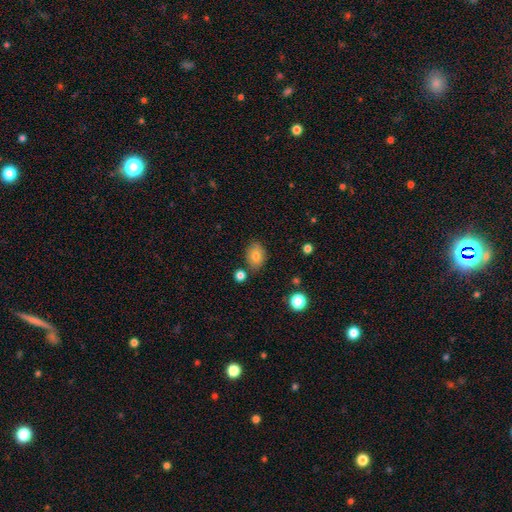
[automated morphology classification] A smooth galaxy with no disk features (79%) that is in between round and cigar-shaped (72%).

Vote fractions:
- Smooth or featured? smooth: 79% / featured or disk: 11% / star or artifact: 10%
- How rounded? in between: 72% / round: 26% / cigar-shaped: 1%
- Merging? none: 78% / minor disturbance: 13% / merger: 5% / major disturbance: 3%